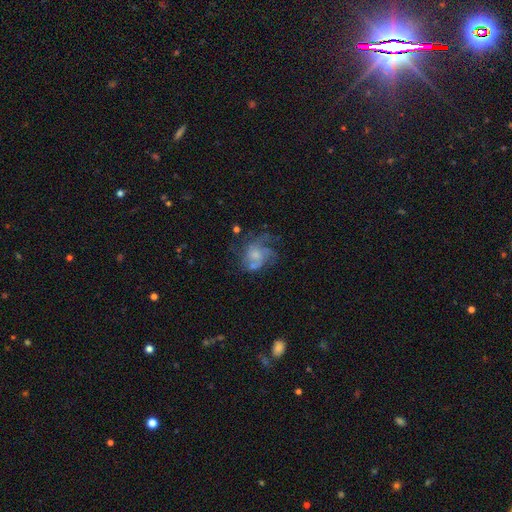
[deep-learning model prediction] featured or disk 64%, smooth 25%, star or artifact 11%. Down the decision tree: edge-on disk — no (98%); bar — no (77%); spiral arms — yes (74%); bulge size — moderate (38%); merging — none (45%).